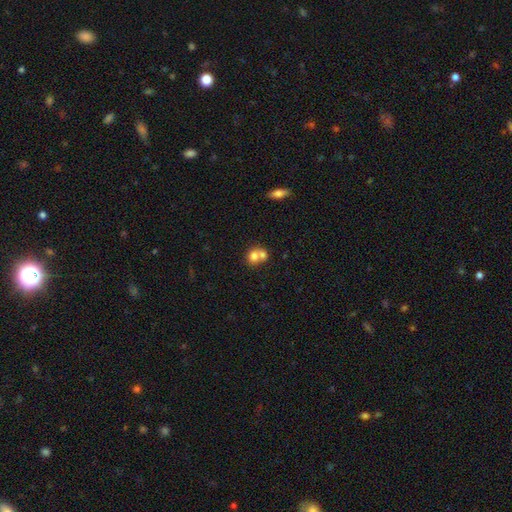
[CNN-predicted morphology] A smooth galaxy with no disk features (72%) that is round (71%). Merging: merger (62%).